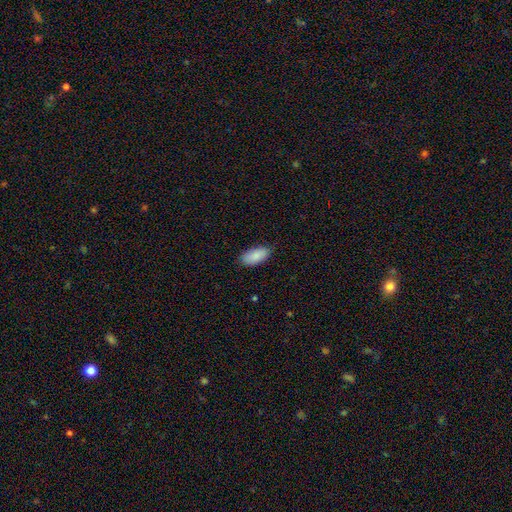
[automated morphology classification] type=smooth (88%); roundness=in between (93%); merging=none (80%).